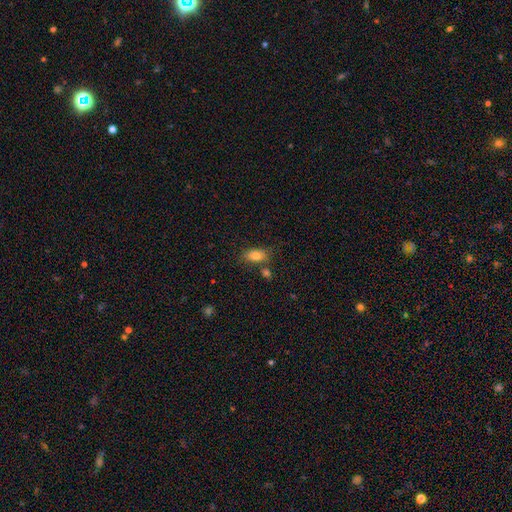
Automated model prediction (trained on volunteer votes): Smooth or featured? smooth (83%)
How rounded? in between (87%)
Merging? none (67%)